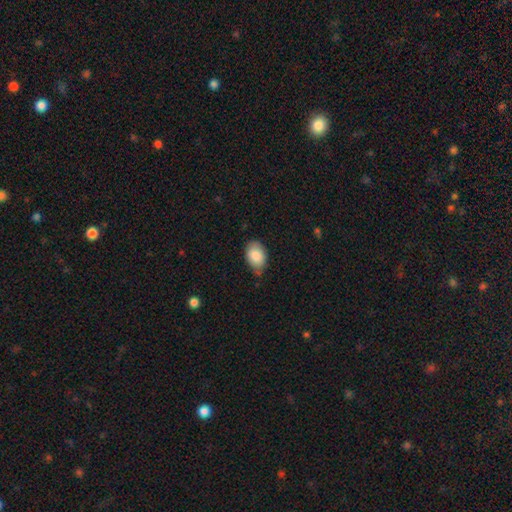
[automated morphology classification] A smooth galaxy with no disk features (86%) that is in between round and cigar-shaped (88%). Merging: none (68%).